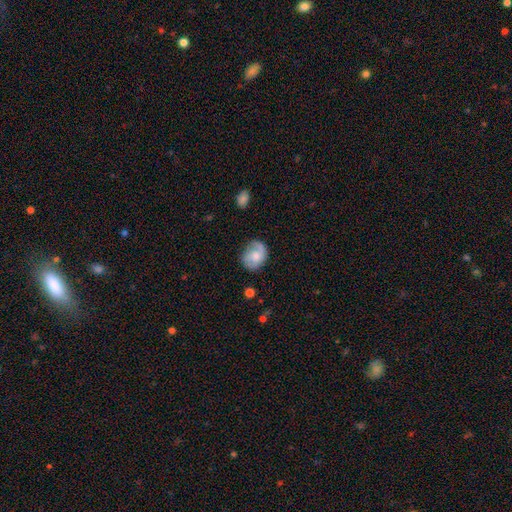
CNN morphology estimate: This is possibly a featured or disk galaxy (52%). It is clearly not viewed edge-on (97%). Bar: likely no (68%). Spiral arm pattern: clearly yes (84%). Central bulge: possibly moderate (54%). Merging: likely none (64%).